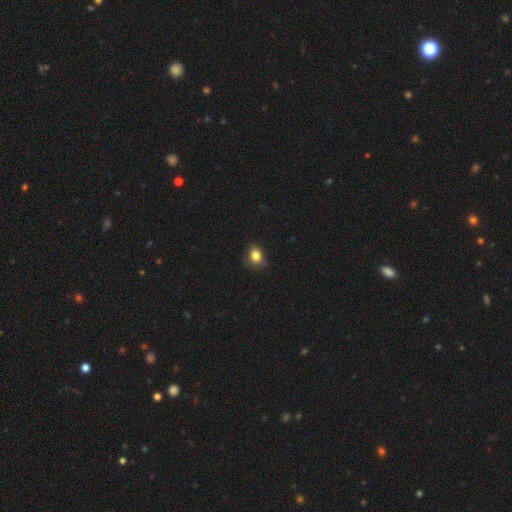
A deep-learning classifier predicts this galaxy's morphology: The model was most divided on "how rounded": in between: 52%, round: 47%, cigar-shaped: 1%. More confident: smooth or featured — smooth (83%); merging — none (72%).